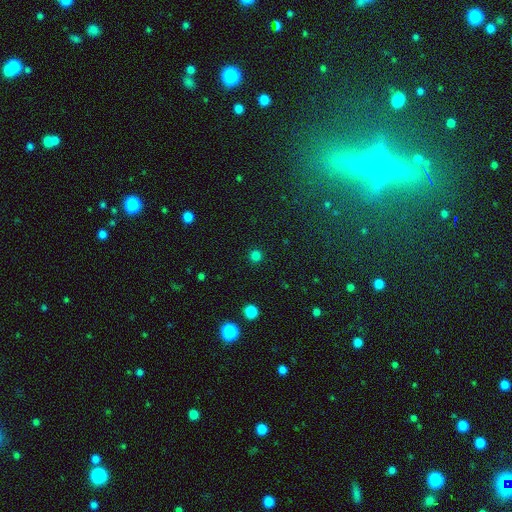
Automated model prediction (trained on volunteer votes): A smooth galaxy with no disk features (79%) that is round (95%). Merging: none (92%).